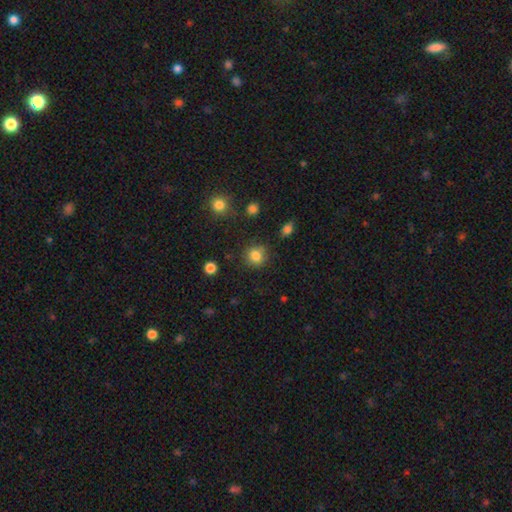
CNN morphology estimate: type=smooth (83%); roundness=round (87%); merging=none (82%).